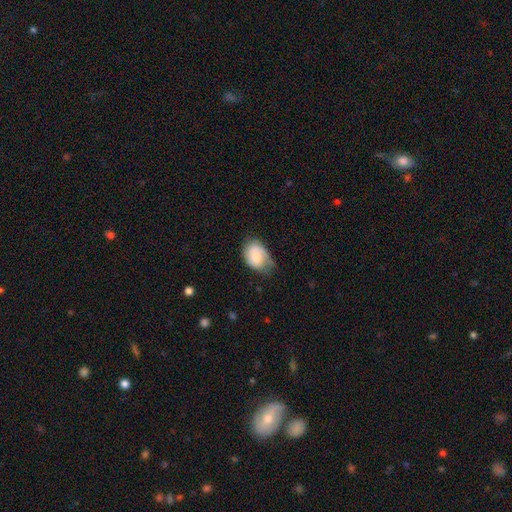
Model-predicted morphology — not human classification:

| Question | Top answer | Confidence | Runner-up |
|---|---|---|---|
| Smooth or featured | smooth | 53% | featured or disk (40%) |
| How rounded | in between | 78% | round (21%) |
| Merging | none | 53% | minor disturbance (33%) |